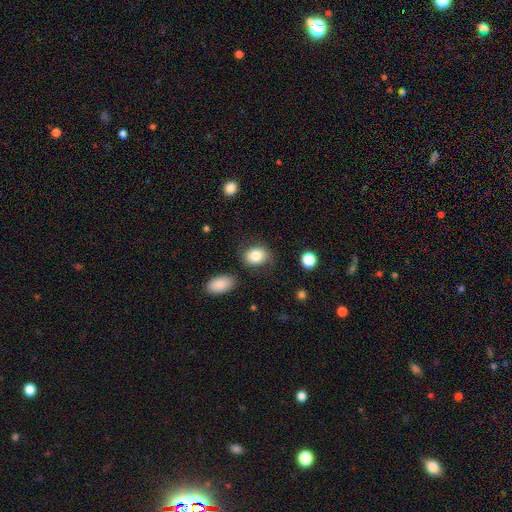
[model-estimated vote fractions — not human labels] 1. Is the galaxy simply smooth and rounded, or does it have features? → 81% smooth, 10% featured or disk, 9% star or artifact.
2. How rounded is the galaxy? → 54% in between, 45% round, 1% cigar-shaped.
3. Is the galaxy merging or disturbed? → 72% none, 18% minor disturbance, 6% major disturbance, 5% merger.